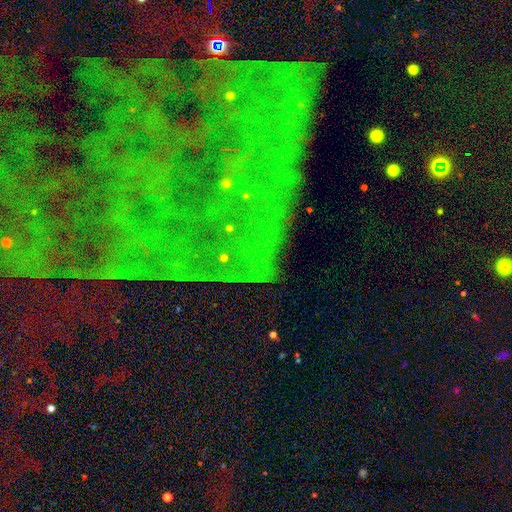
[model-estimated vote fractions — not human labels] star or artifact 73%, featured or disk 16%, smooth 11%.